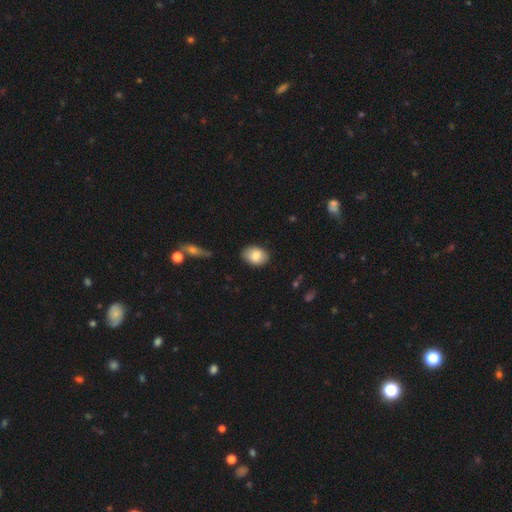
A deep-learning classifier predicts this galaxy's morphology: Smooth or featured? Predicted: smooth (p=0.83). How rounded? Predicted: in between (p=0.79). Merging? Predicted: none (p=0.85).